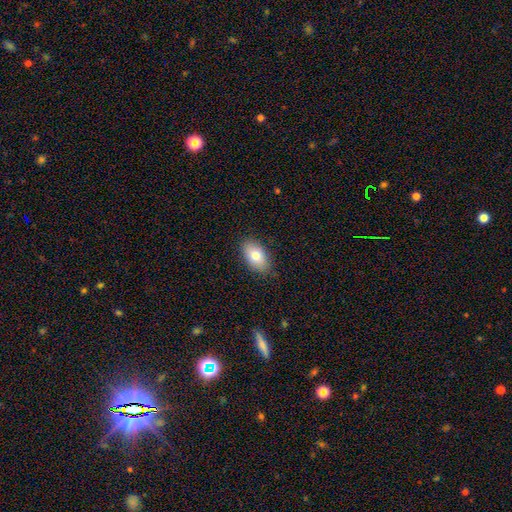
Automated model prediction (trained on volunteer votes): Smooth or featured?
  - smooth: 78% *
  - featured or disk: 15%
  - star or artifact: 8%
How rounded?
  - in between: 92% *
  - round: 6%
  - cigar-shaped: 2%
Merging?
  - none: 85% *
  - minor disturbance: 12%
  - major disturbance: 2%
  - merger: 1%